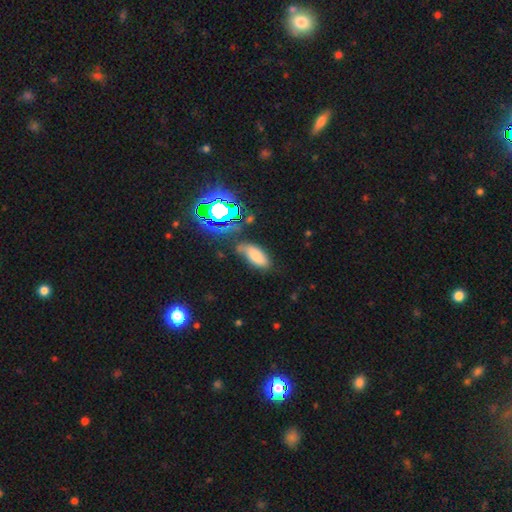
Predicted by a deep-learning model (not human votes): A smooth galaxy with no disk features (67%) that is in between round and cigar-shaped (84%).

Vote fractions:
- Smooth or featured? smooth: 67% / star or artifact: 19% / featured or disk: 15%
- How rounded? in between: 84% / cigar-shaped: 12% / round: 4%
- Merging? none: 57% / minor disturbance: 25% / major disturbance: 10% / merger: 8%